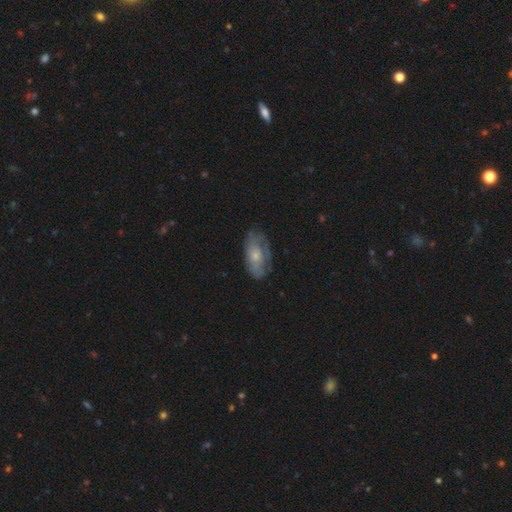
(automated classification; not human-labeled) This is possibly a featured or disk galaxy (49%). Merging: likely none (63%).